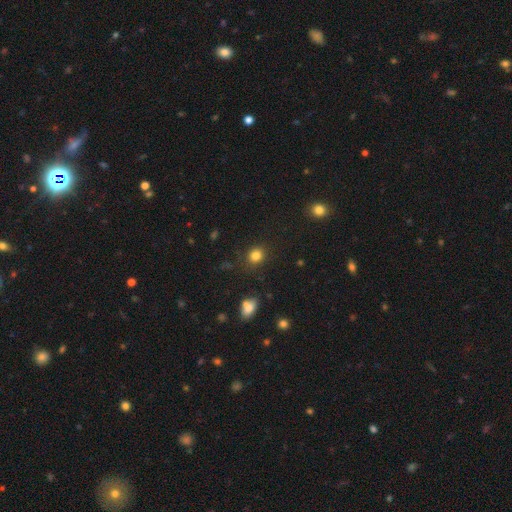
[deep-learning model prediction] This appears to be a smooth galaxy with no disk features (83%) that is round (76%). Merging: none (85%).